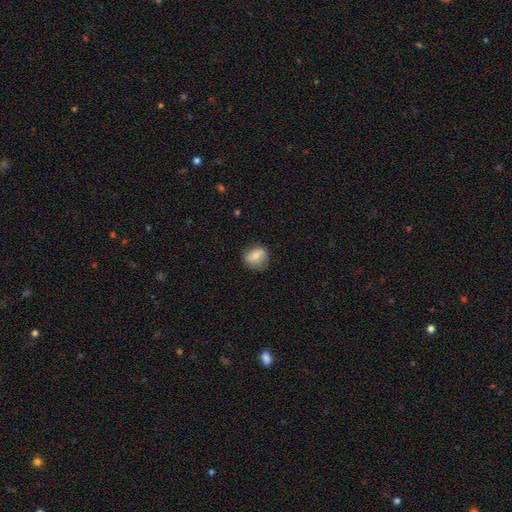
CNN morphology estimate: type=smooth (65%); roundness=round (69%); merging=none (74%).